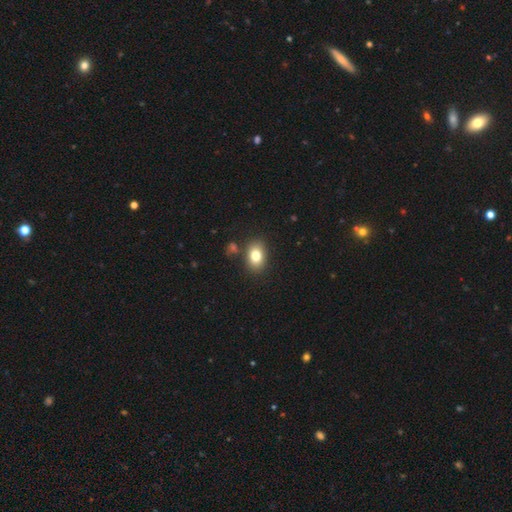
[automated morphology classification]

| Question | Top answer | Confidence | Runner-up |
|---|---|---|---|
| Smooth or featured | smooth | 80% | featured or disk (10%) |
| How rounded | in between | 75% | round (24%) |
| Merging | none | 81% | minor disturbance (10%) |